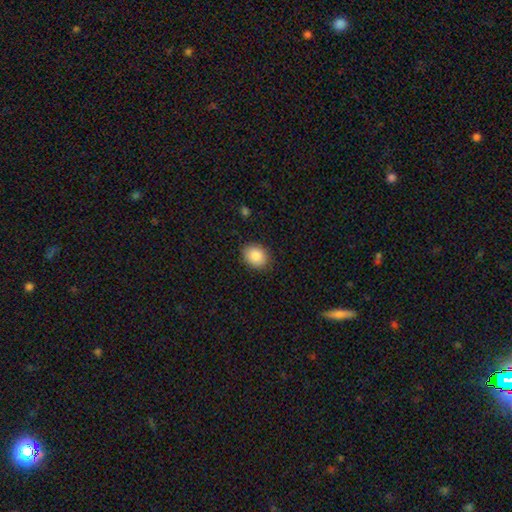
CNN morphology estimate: The model was most divided on "how rounded": in between: 50%, round: 49%, cigar-shaped: 1%. More confident: smooth or featured — smooth (87%); merging — none (87%).